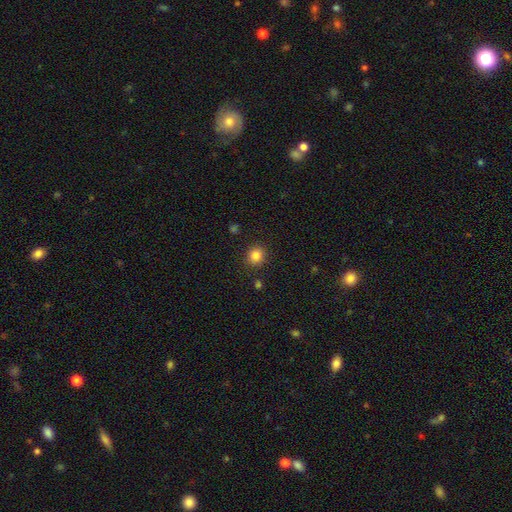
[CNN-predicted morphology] type=smooth (84%); roundness=round (82%); merging=none (88%).